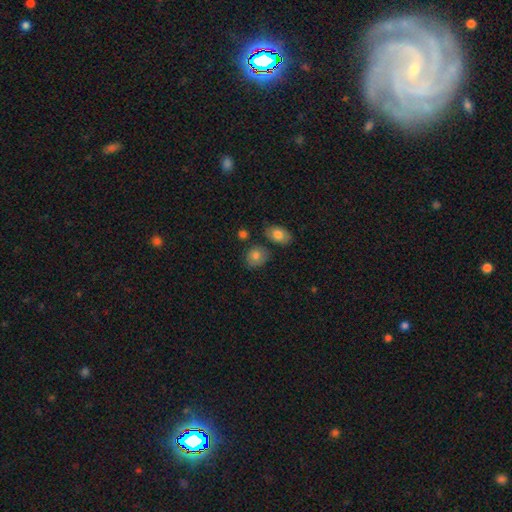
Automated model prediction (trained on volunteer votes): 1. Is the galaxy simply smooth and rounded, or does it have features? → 79% smooth, 12% featured or disk, 9% star or artifact.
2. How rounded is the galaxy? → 61% round, 38% in between, 1% cigar-shaped.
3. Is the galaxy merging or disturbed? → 72% none, 15% minor disturbance, 10% merger, 4% major disturbance.